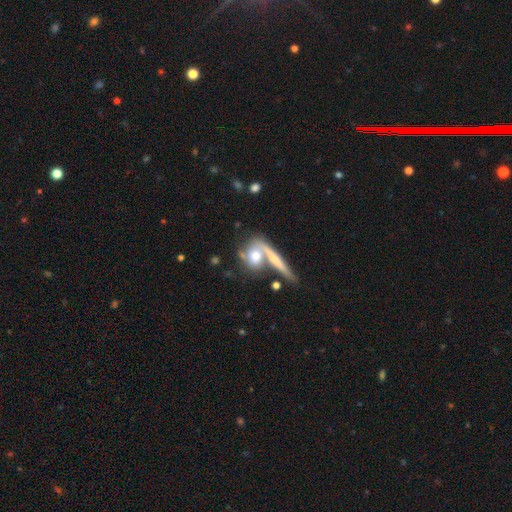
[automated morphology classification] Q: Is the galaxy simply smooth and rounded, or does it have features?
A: smooth — 51%.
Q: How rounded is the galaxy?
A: round — 47%.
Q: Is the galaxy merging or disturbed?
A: merger — 40%, tied with none.